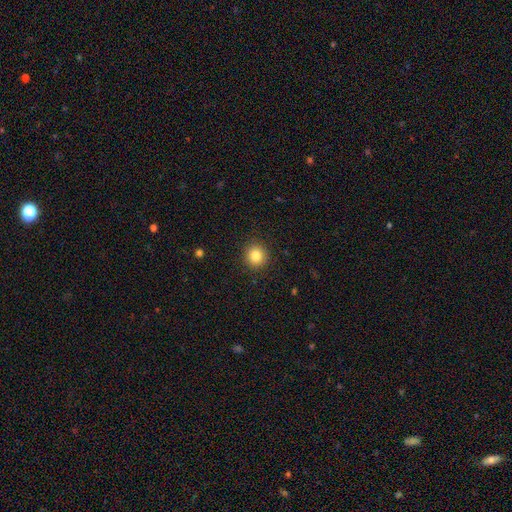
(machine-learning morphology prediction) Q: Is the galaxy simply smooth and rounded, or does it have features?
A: smooth — 83%.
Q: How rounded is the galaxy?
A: round — 91%.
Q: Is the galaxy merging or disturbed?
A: none — 91%.